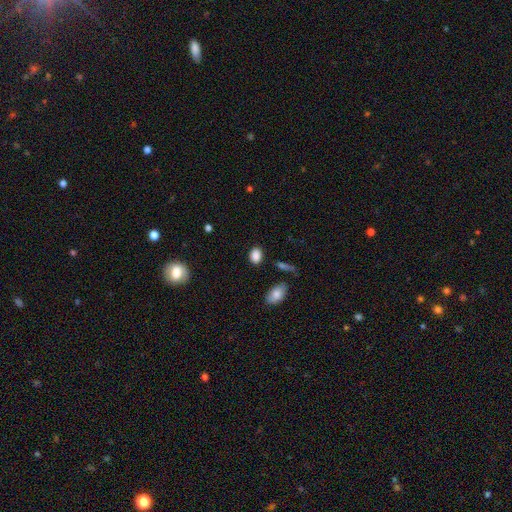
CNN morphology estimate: smooth-or-featured: smooth: 87% | star or artifact: 9% | featured or disk: 4%
  how-rounded: in between: 71% | round: 27% | cigar-shaped: 2%
  merging: none: 84% | minor disturbance: 10% | major disturbance: 3% | merger: 3%